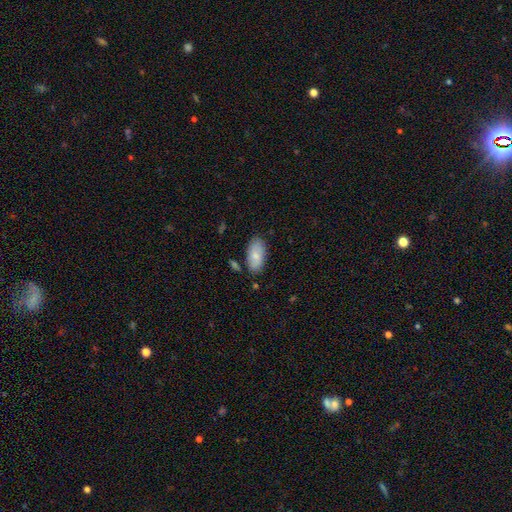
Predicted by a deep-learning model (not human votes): Smooth or featured?
  - smooth: 79% *
  - featured or disk: 15%
  - star or artifact: 6%
How rounded?
  - in between: 94% *
  - cigar-shaped: 4%
  - round: 2%
Merging?
  - none: 78% *
  - minor disturbance: 15%
  - merger: 4%
  - major disturbance: 3%